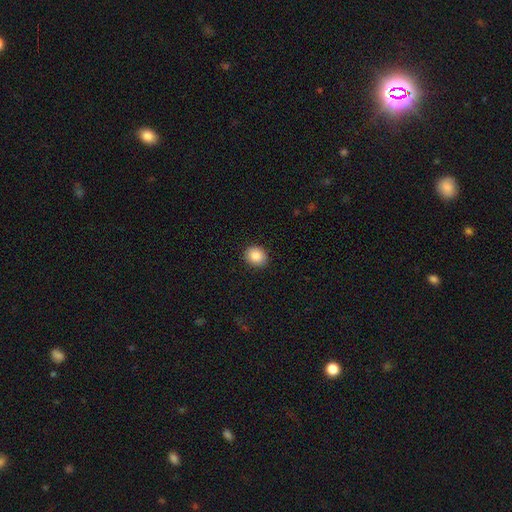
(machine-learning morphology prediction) The model was most divided on "how rounded": round: 71%, in between: 28%, cigar-shaped: 1%. More confident: merging — none (90%); smooth or featured — smooth (88%).